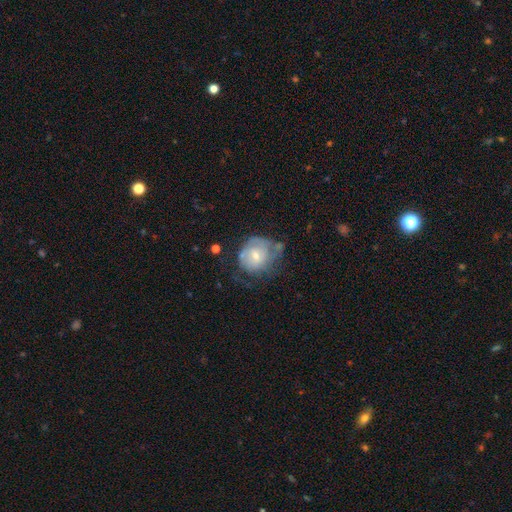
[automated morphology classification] smooth_or_featured: featured or disk (p=0.48) [alt: smooth p=0.44]
merging: none (p=0.38) [alt: minor disturbance p=0.31]